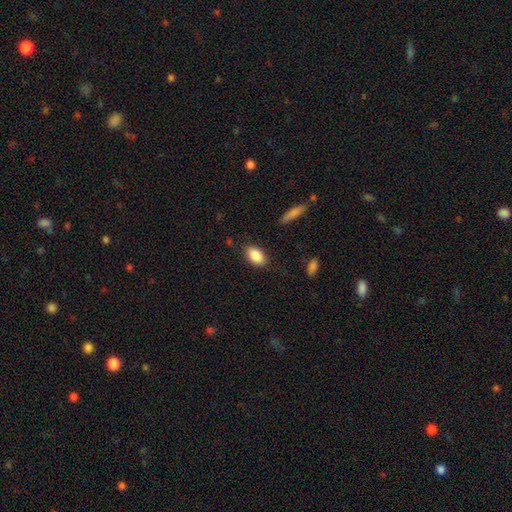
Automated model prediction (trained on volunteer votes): Smooth or featured?
  - smooth: 87% *
  - star or artifact: 7%
  - featured or disk: 6%
How rounded?
  - in between: 90% *
  - round: 7%
  - cigar-shaped: 2%
Merging?
  - none: 83% *
  - minor disturbance: 12%
  - major disturbance: 3%
  - merger: 2%